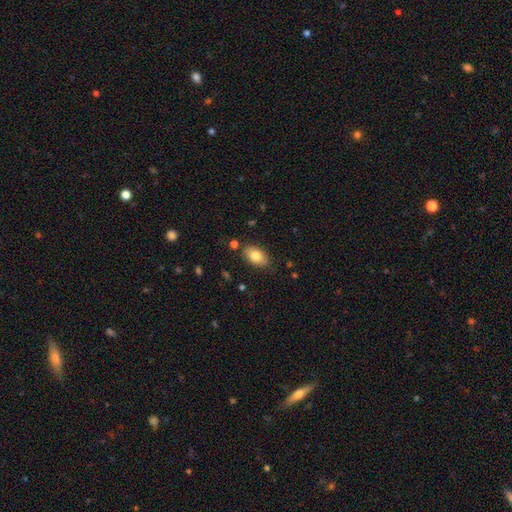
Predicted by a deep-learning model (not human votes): A smooth galaxy with no disk features (81%) that is in between round and cigar-shaped (92%).

Vote fractions:
- Smooth or featured? smooth: 81% / featured or disk: 11% / star or artifact: 7%
- How rounded? in between: 92% / round: 6% / cigar-shaped: 2%
- Merging? none: 83% / minor disturbance: 11% / merger: 3% / major disturbance: 2%